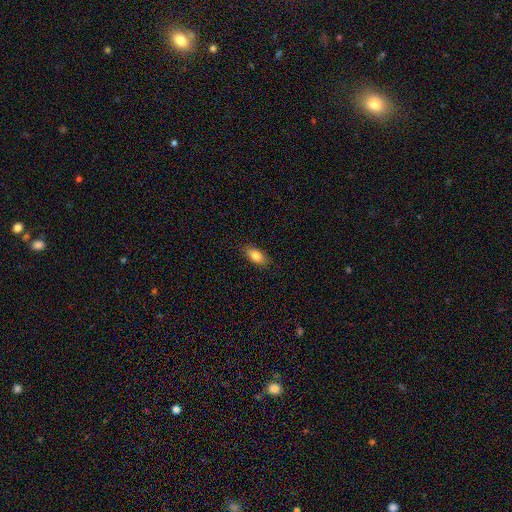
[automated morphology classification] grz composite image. It shows a smooth galaxy with no disk features (82%) that is in between round and cigar-shaped (89%). Merging: none (86%).